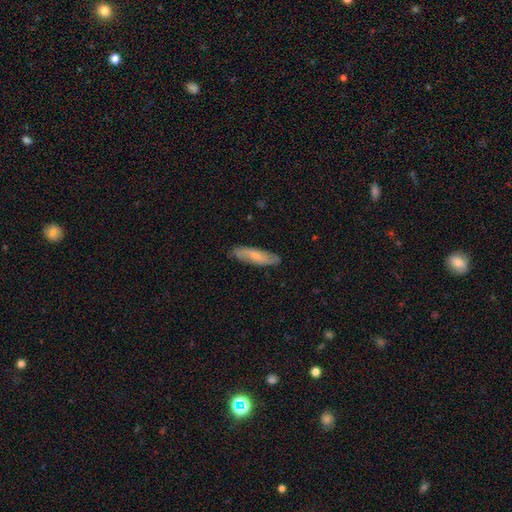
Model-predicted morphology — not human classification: Smooth or featured: smooth — 48% (featured or disk — 46%)
Merging: none — 83% (minor disturbance — 13%)